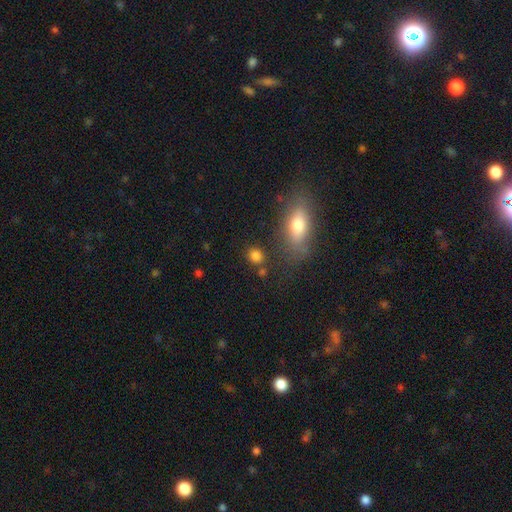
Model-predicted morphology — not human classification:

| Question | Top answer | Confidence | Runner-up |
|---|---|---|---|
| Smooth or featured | smooth | 81% | star or artifact (12%) |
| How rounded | round | 65% | in between (33%) |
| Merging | none | 77% | minor disturbance (10%) |